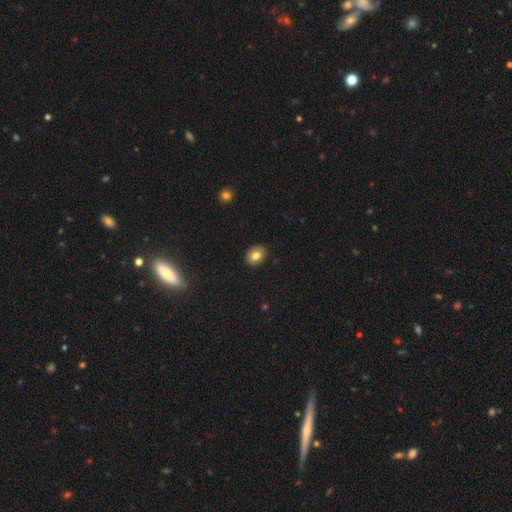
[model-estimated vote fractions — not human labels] This appears to be a smooth galaxy with no disk features (80%) that is round (50%). Merging: none (90%).